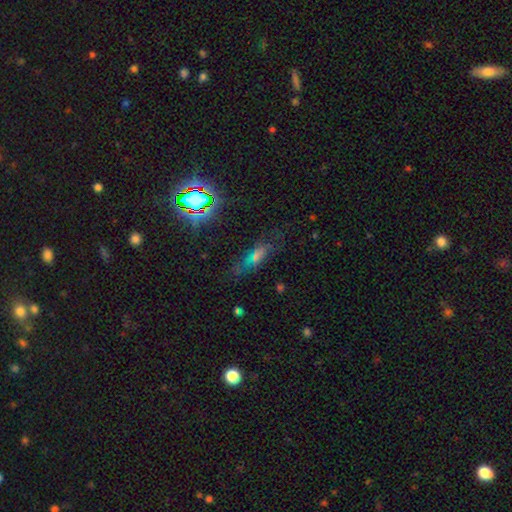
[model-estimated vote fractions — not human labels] This is marginally a smooth galaxy (43%). Merging: likely none (60%).